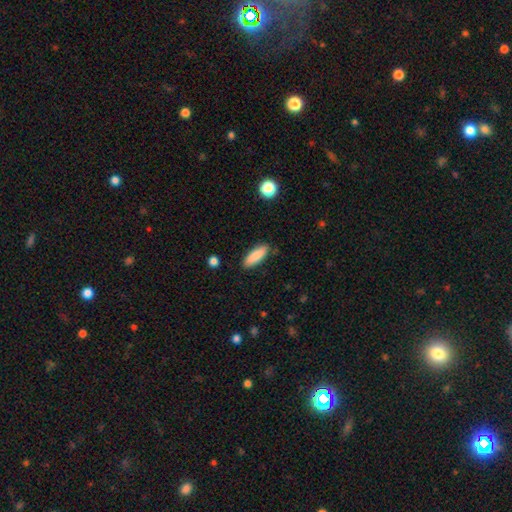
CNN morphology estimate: Smooth or featured: smooth — 87% (featured or disk — 7%)
How rounded: in between — 58% (cigar-shaped — 40%)
Merging: none — 87% (minor disturbance — 10%)